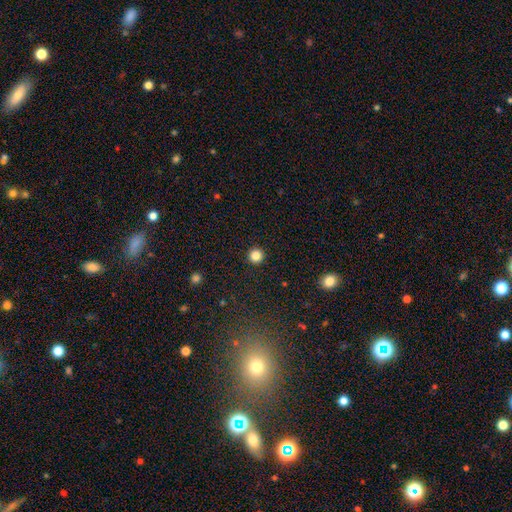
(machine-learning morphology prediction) This appears to be a smooth galaxy with no disk features (84%) that is round (96%). Merging: none (94%).